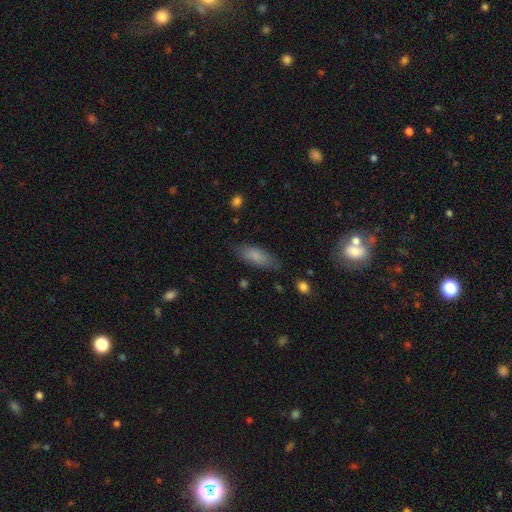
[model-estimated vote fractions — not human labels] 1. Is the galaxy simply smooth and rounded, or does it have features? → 82% smooth, 11% featured or disk, 7% star or artifact.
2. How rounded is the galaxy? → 75% in between, 23% cigar-shaped, 2% round.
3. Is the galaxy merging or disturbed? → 77% none, 17% minor disturbance, 4% major disturbance, 2% merger.